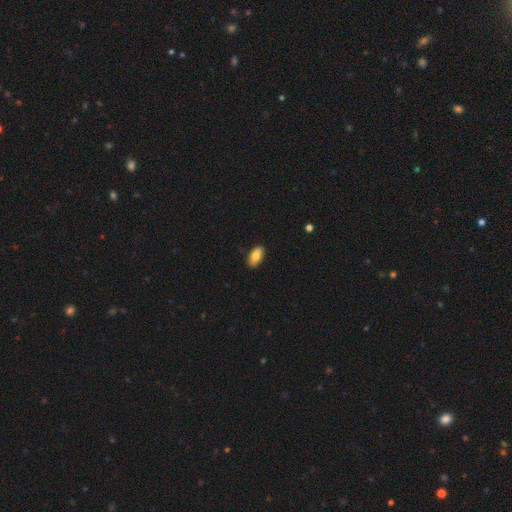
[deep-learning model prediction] A smooth galaxy with no disk features (81%) that is in between round and cigar-shaped (94%).

Vote fractions:
- Smooth or featured? smooth: 81% / featured or disk: 13% / star or artifact: 7%
- How rounded? in between: 94% / round: 4% / cigar-shaped: 3%
- Merging? none: 88% / minor disturbance: 9% / major disturbance: 2% / merger: 1%